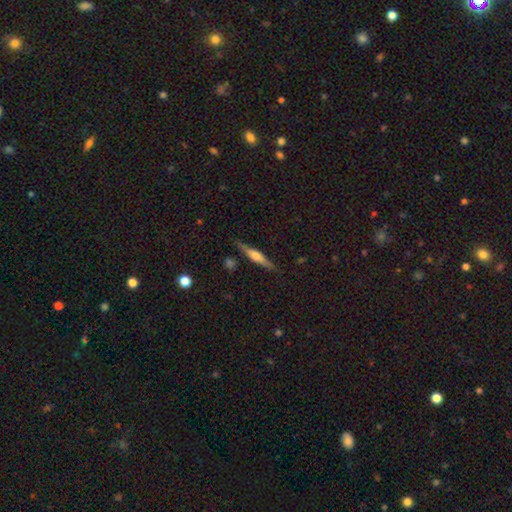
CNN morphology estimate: smooth-or-featured: featured or disk: 60% | smooth: 33% | star or artifact: 7%
  disk-edge-on: yes: 96% | no: 4%
    edge-on-bulge: rounded: 74% | boxy: 17% | none: 9%
  merging: none: 87% | minor disturbance: 10% | major disturbance: 2% | merger: 2%